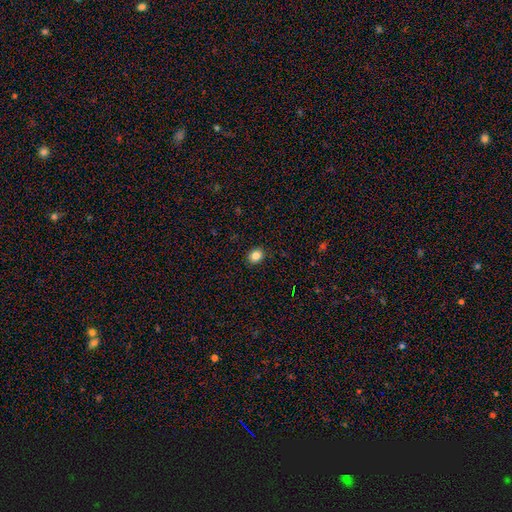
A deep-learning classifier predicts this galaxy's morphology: Smooth or featured?
  - smooth: 85% *
  - star or artifact: 10%
  - featured or disk: 5%
How rounded?
  - round: 57% *
  - in between: 43%
  - cigar-shaped: 1%
Merging?
  - none: 90% *
  - minor disturbance: 7%
  - major disturbance: 2%
  - merger: 1%